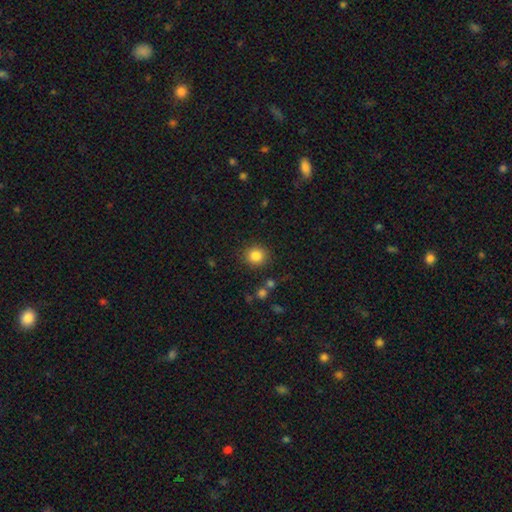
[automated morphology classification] Smooth or featured: smooth — 84% (star or artifact — 11%)
How rounded: round — 87% (in between — 12%)
Merging: none — 87% (minor disturbance — 8%)